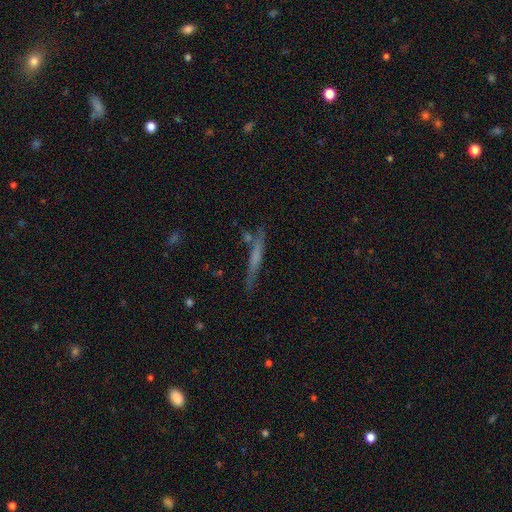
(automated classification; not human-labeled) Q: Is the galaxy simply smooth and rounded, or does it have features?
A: featured or disk — 49%.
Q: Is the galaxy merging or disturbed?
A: none — 79%.